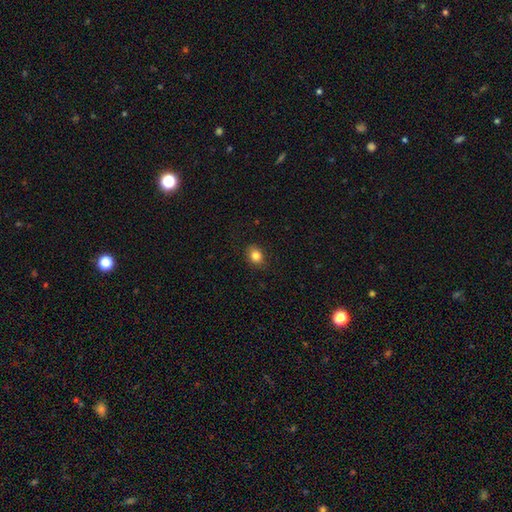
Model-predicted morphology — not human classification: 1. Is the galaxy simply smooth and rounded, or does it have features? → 83% smooth, 10% star or artifact, 7% featured or disk.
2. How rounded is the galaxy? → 51% in between, 48% round, 1% cigar-shaped.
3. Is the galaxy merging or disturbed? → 86% none, 10% minor disturbance, 2% major disturbance, 1% merger.